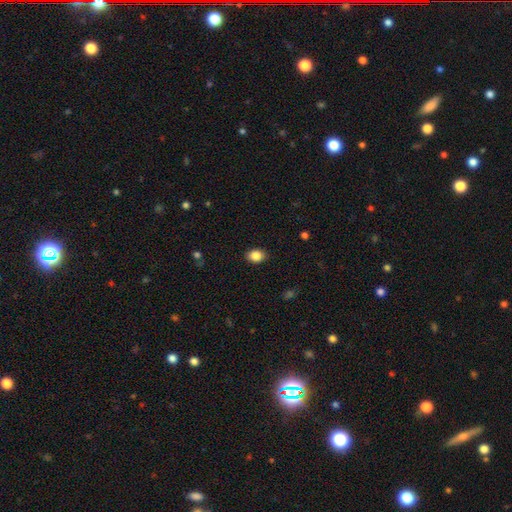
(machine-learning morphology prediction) Overall: smooth (86%). How rounded: in between (68%; round 31%). Merging: none (88%).